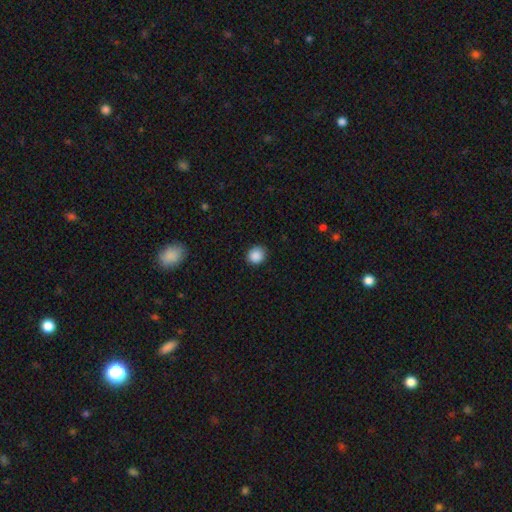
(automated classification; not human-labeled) smooth-or-featured: smooth: 88% | star or artifact: 9% | featured or disk: 2%
  how-rounded: round: 88% | in between: 11% | cigar-shaped: 1%
  merging: none: 89% | minor disturbance: 7% | major disturbance: 2% | merger: 1%